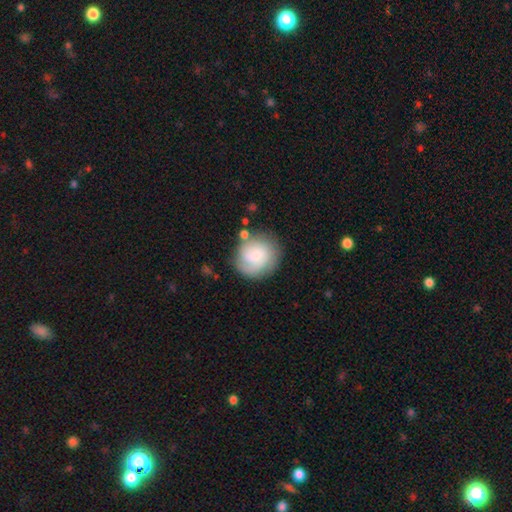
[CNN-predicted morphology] Smooth or featured?
  - smooth: 53% *
  - featured or disk: 40%
  - star or artifact: 7%
How rounded?
  - round: 85% *
  - in between: 14%
  - cigar-shaped: 1%
Merging?
  - none: 68% *
  - minor disturbance: 17%
  - major disturbance: 9%
  - merger: 6%